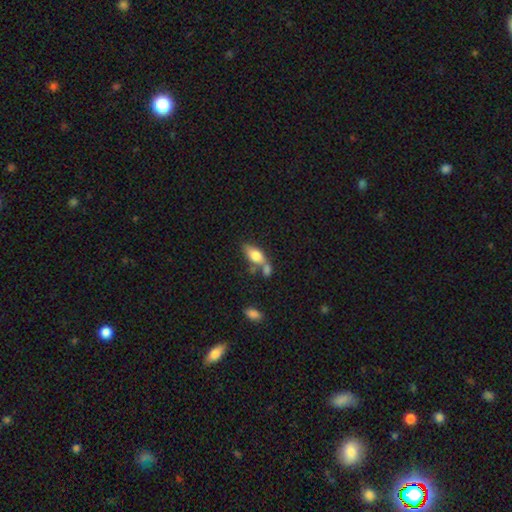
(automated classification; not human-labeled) A smooth galaxy with no disk features (74%) that is in between round and cigar-shaped (84%). Merging: merger (40%, tied with none).